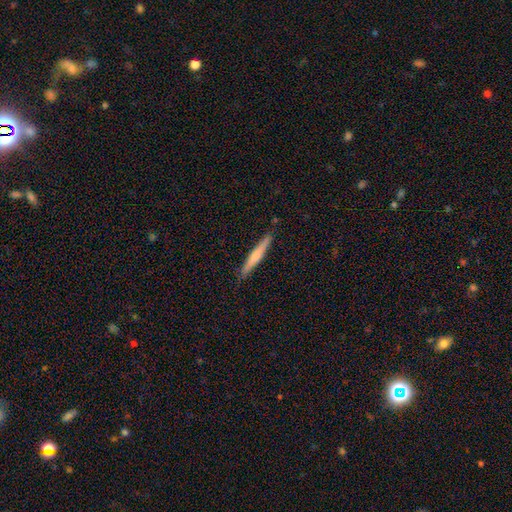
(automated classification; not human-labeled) Smooth or featured: smooth — 53% (featured or disk — 42%)
How rounded: cigar-shaped — 95% (in between — 3%)
Merging: none — 89% (minor disturbance — 8%)